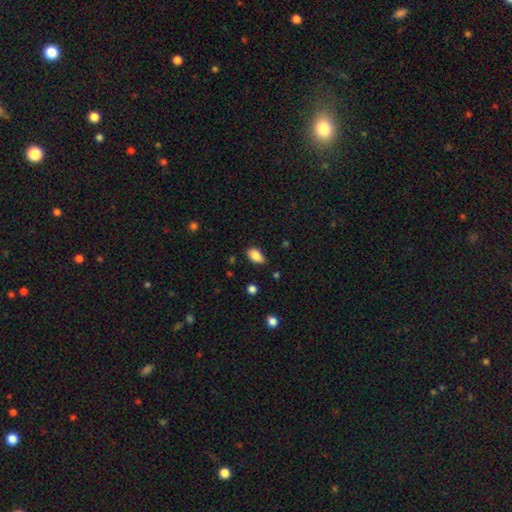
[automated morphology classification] Smooth or featured?
  - smooth: 88% *
  - star or artifact: 8%
  - featured or disk: 4%
How rounded?
  - in between: 92% *
  - round: 5%
  - cigar-shaped: 3%
Merging?
  - none: 77% *
  - minor disturbance: 18%
  - major disturbance: 3%
  - merger: 1%